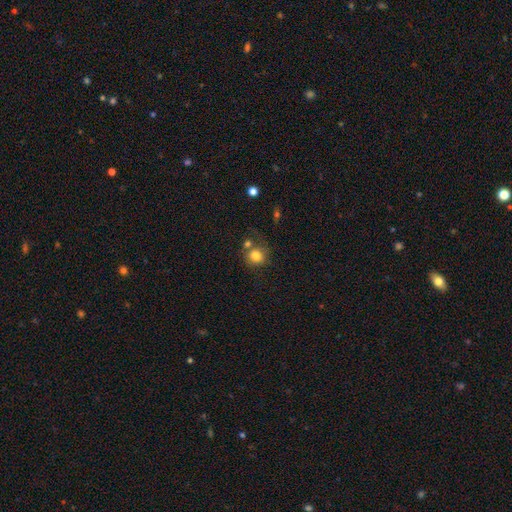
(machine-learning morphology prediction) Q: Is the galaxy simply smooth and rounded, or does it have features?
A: smooth — 81%.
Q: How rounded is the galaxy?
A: round — 82%.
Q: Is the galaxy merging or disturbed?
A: none — 55%.